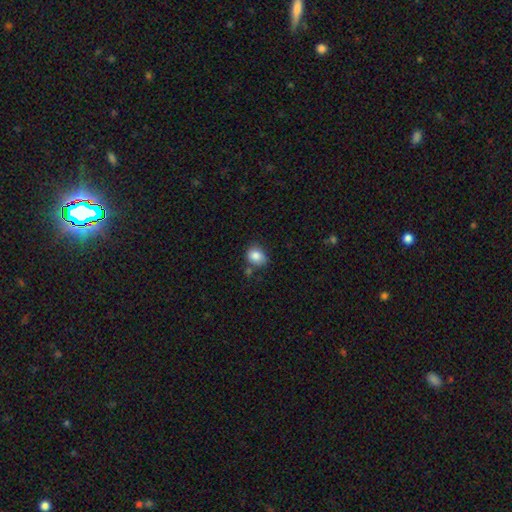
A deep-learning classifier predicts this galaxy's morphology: Overall: smooth (84%). How rounded: round (60%; in between 39%). Merging: none (66%).